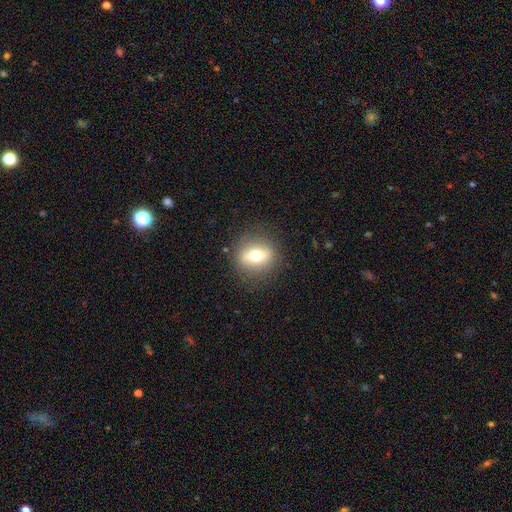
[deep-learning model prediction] Morphology: type=smooth (54%); roundness=round (58%); merging=none (85%).